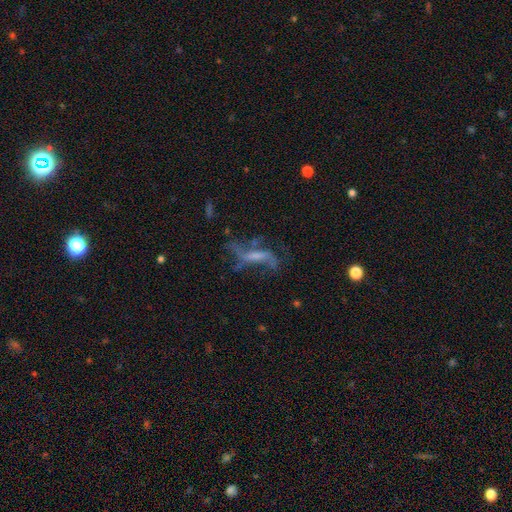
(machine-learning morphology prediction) Overall: featured or disk (65%). Edge-on disk: no (78%). Bar: no (41%; weak 32%). Spiral arms: yes (66%; no 34%). Bulge size: none (43%; small 31%). Merging: none (39%; major disturbance 34%).